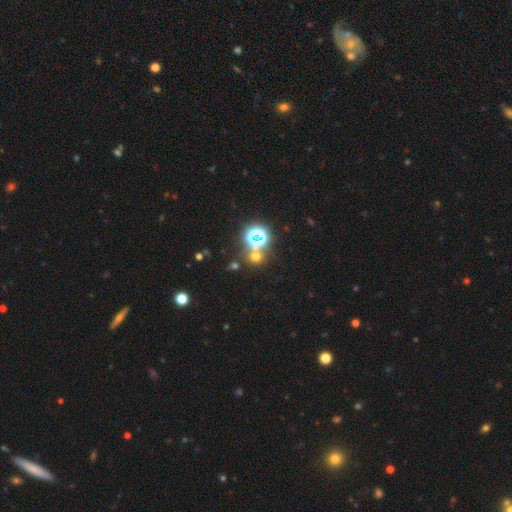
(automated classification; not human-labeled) Smooth or featured?
  - smooth: 48% *
  - star or artifact: 44%
  - featured or disk: 8%
Merging?
  - none: 71% *
  - merger: 17%
  - minor disturbance: 8%
  - major disturbance: 4%